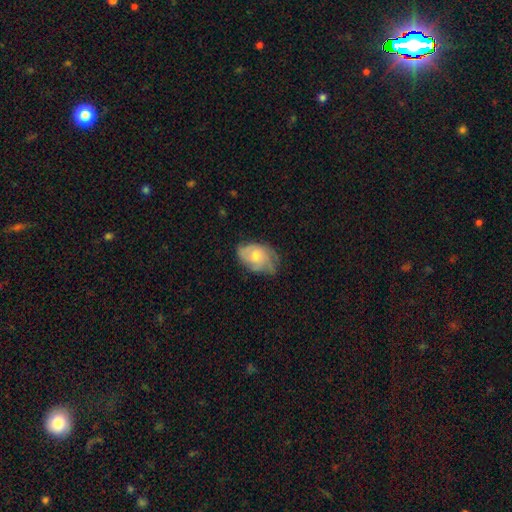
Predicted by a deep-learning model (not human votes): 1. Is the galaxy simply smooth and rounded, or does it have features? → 46% featured or disk (tied), 46% smooth (tied), 7% star or artifact.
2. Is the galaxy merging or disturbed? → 52% none, 34% minor disturbance, 12% major disturbance, 1% merger.